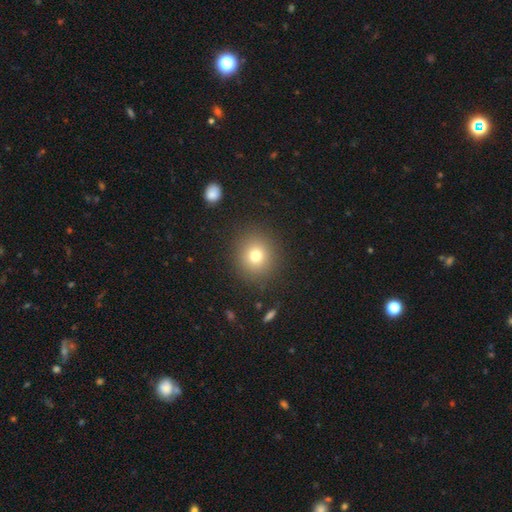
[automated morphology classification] Smooth or featured?
  - smooth: 75% *
  - star or artifact: 14%
  - featured or disk: 11%
How rounded?
  - round: 87% *
  - in between: 12%
  - cigar-shaped: 1%
Merging?
  - none: 88% *
  - minor disturbance: 7%
  - major disturbance: 3%
  - merger: 1%